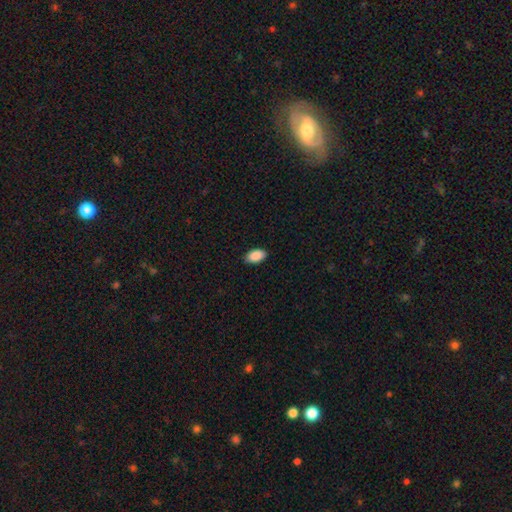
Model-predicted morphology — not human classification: A smooth galaxy with no disk features (89%) that is in between round and cigar-shaped (93%). Merging: none (88%).